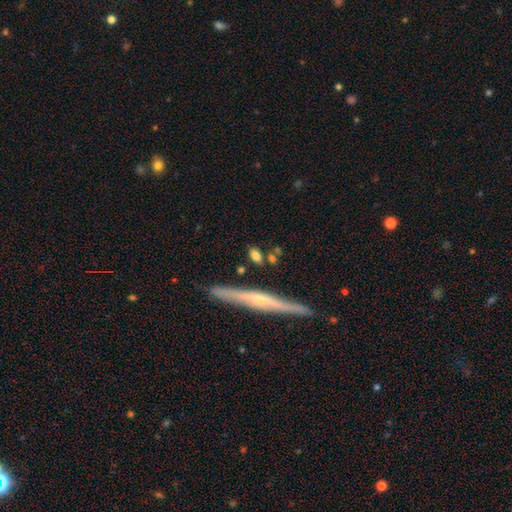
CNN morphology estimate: Q: Smooth or featured?
A: smooth (70%); runner-up: featured or disk (22%)
Q: How rounded?
A: in between (67%); runner-up: cigar-shaped (19%)
Q: Merging?
A: none (74%); runner-up: minor disturbance (14%)